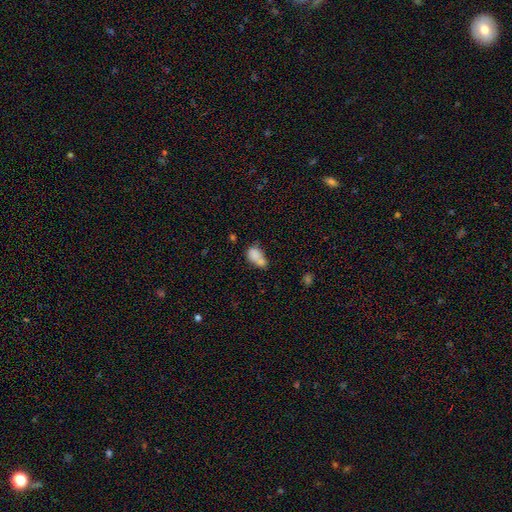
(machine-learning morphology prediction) smooth 76%, featured or disk 14%, star or artifact 10%. Down the decision tree: how rounded — in between (77%); merging — merger (51%).